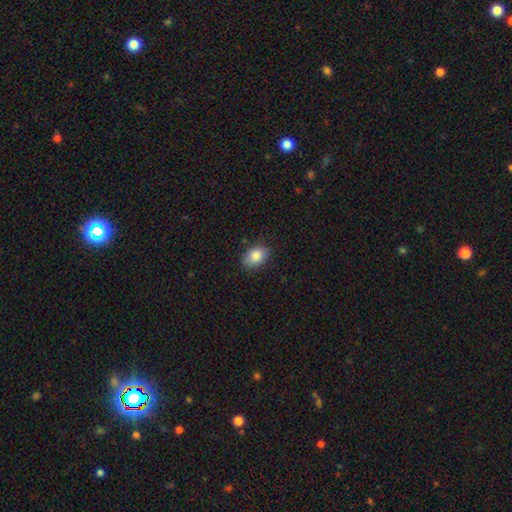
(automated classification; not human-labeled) Smooth or featured: smooth — 86% (star or artifact — 8%)
How rounded: in between — 82% (round — 17%)
Merging: none — 82% (minor disturbance — 14%)